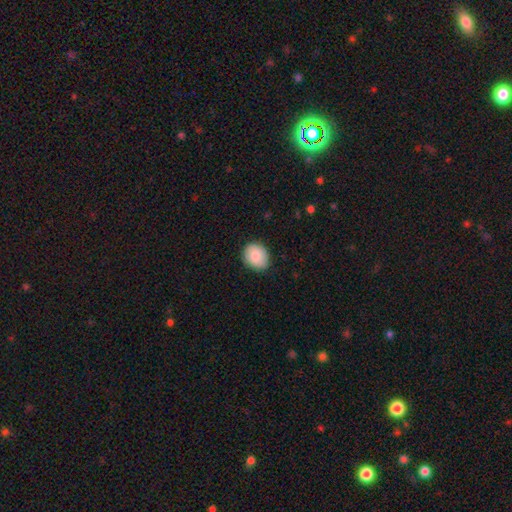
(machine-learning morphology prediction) smooth-or-featured: smooth: 85% | featured or disk: 8% | star or artifact: 7%
  how-rounded: round: 57% | in between: 42% | cigar-shaped: 1%
  merging: none: 83% | minor disturbance: 13% | major disturbance: 3% | merger: 1%